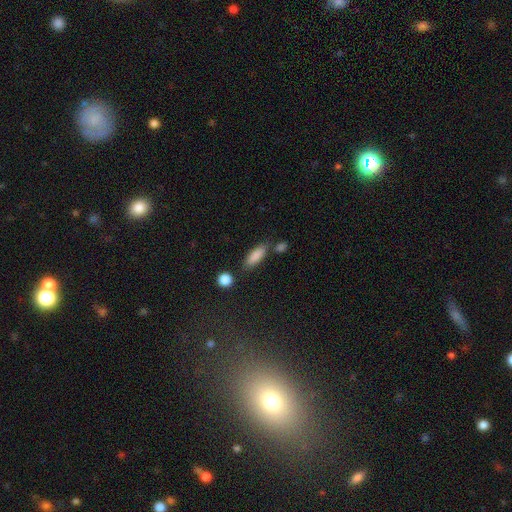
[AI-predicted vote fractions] The model was most divided on "how rounded": in between: 59%, cigar-shaped: 38%, round: 3%. More confident: smooth or featured — smooth (85%); merging — none (71%).